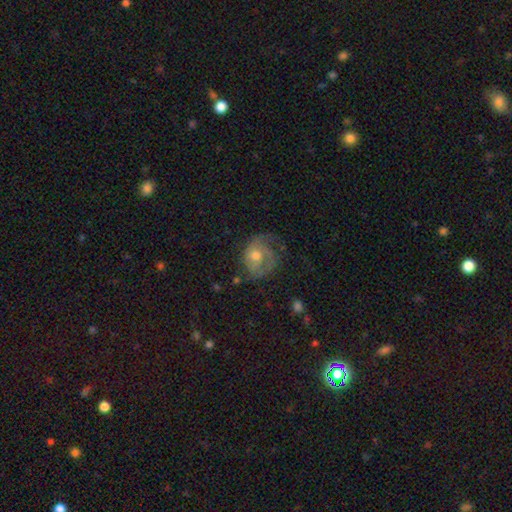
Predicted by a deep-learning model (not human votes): Overall: featured or disk (62%; smooth 30%). Edge-on disk: no (97%). Bar: no (75%). Spiral arms: yes (79%). Bulge size: moderate (67%). Merging: none (51%; minor disturbance 26%).